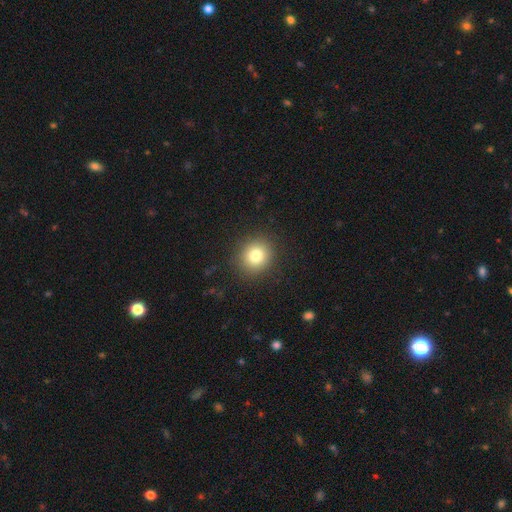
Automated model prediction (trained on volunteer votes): A smooth galaxy with no disk features (80%) that is round (86%). Merging: none (90%).